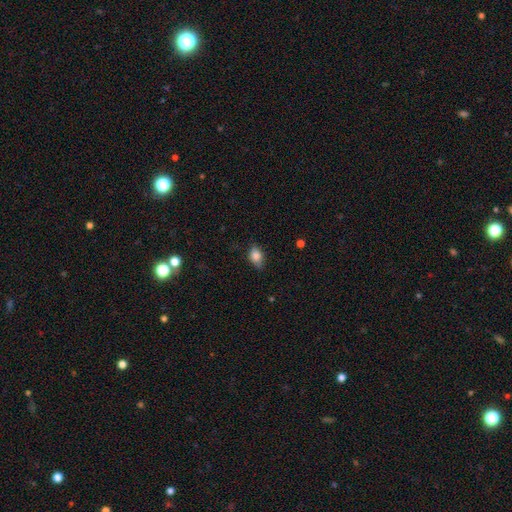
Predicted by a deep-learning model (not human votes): A smooth galaxy with no disk features (82%) that is in between round and cigar-shaped (76%). Merging: none (72%).